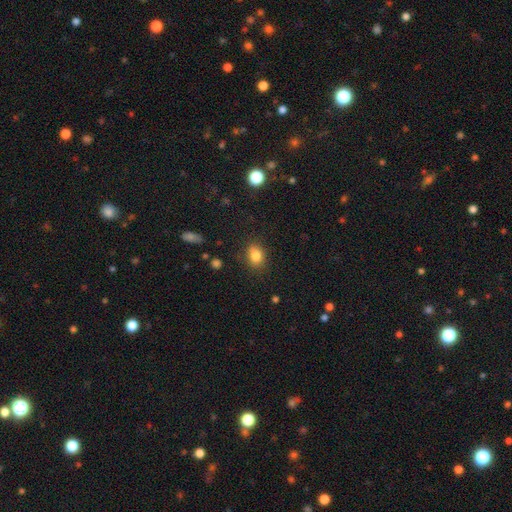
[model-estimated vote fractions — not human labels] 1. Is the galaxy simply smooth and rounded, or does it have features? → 82% smooth, 11% star or artifact, 7% featured or disk.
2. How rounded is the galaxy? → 59% in between, 40% round, 1% cigar-shaped.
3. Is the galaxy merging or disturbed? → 81% none, 13% minor disturbance, 3% major disturbance, 2% merger.